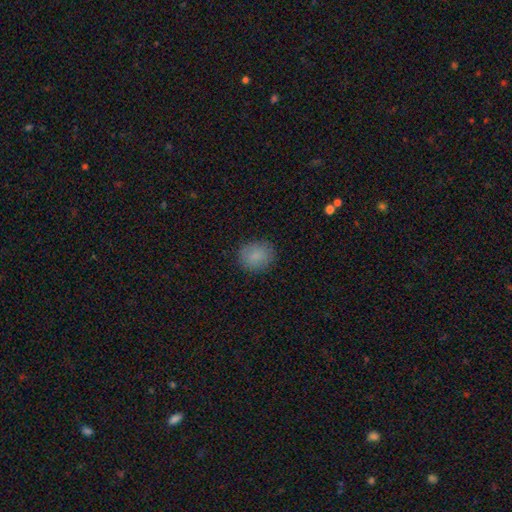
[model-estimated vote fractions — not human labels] A smooth galaxy with no disk features (86%) that is round (76%).

Vote fractions:
- Smooth or featured? smooth: 86% / star or artifact: 8% / featured or disk: 5%
- How rounded? round: 76% / in between: 23% / cigar-shaped: 1%
- Merging? none: 86% / minor disturbance: 10% / major disturbance: 3% / merger: 1%